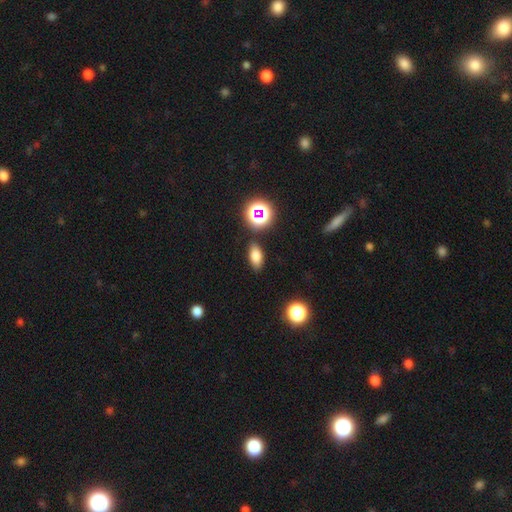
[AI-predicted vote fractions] Morphology: type=smooth (75%); roundness=in between (84%); merging=none (85%).